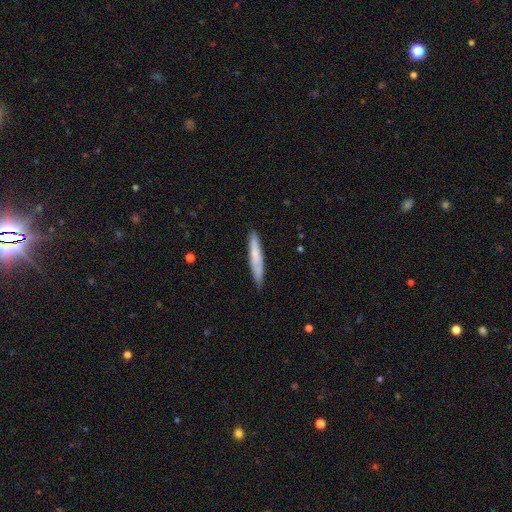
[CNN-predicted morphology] smooth-or-featured: smooth: 66% | featured or disk: 28% | star or artifact: 6%
  how-rounded: cigar-shaped: 93% | in between: 6% | round: 1%
  merging: none: 85% | minor disturbance: 12% | major disturbance: 2% | merger: 1%